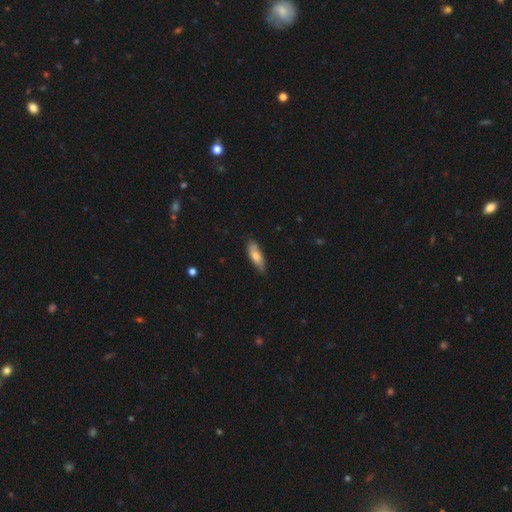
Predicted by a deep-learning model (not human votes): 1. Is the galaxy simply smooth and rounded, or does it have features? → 70% smooth, 24% featured or disk, 6% star or artifact.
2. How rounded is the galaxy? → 58% in between, 40% cigar-shaped, 2% round.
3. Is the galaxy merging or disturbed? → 79% none, 17% minor disturbance, 3% major disturbance, 1% merger.